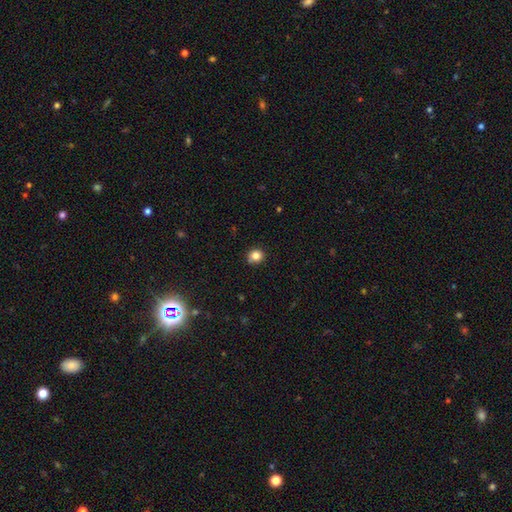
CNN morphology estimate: This appears to be a smooth galaxy with no disk features (84%) that is round (81%). Merging: none (86%).